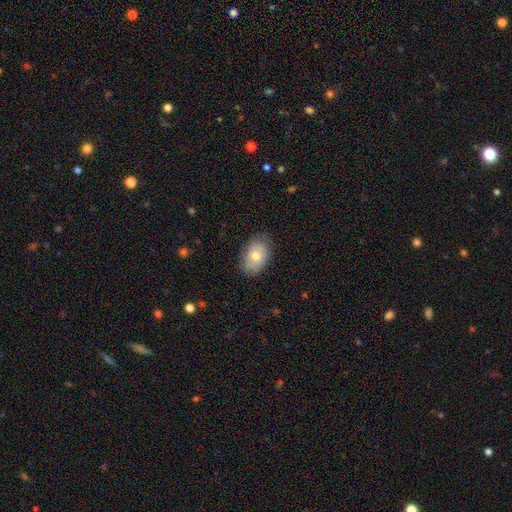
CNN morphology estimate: Smooth or featured?
  - smooth: 73% *
  - featured or disk: 20%
  - star or artifact: 8%
How rounded?
  - in between: 85% *
  - round: 14%
  - cigar-shaped: 1%
Merging?
  - none: 80% *
  - minor disturbance: 16%
  - major disturbance: 3%
  - merger: 1%